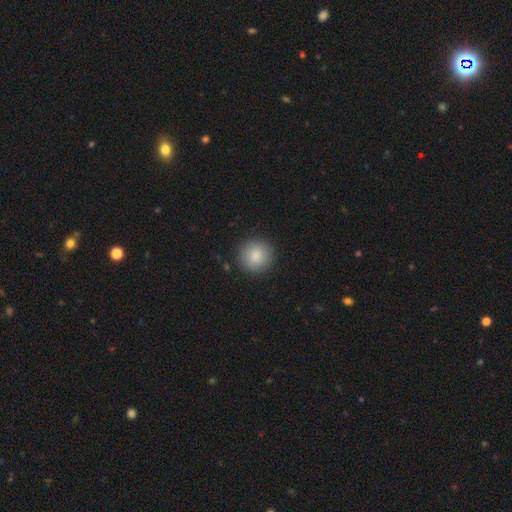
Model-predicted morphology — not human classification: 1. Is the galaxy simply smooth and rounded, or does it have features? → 86% smooth, 8% star or artifact, 6% featured or disk.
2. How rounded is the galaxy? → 94% round, 5% in between, 1% cigar-shaped.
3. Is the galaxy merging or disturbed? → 91% none, 6% minor disturbance, 2% major disturbance, 1% merger.